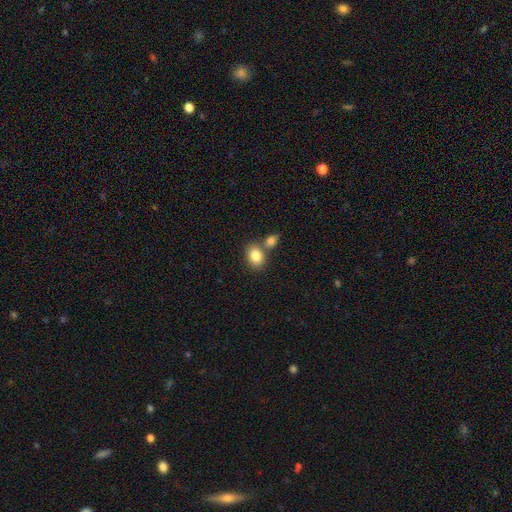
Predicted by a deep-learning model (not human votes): This is clearly a smooth galaxy (83%). How rounded: likely in between (64%). Merging: possibly none (56%).